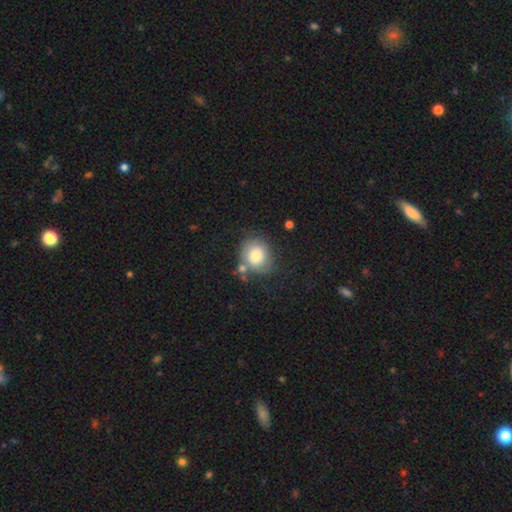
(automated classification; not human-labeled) The model was most divided on "merging": none: 56%, minor disturbance: 22%, merger: 12%, major disturbance: 11%. More confident: smooth or featured — smooth (76%); how rounded — round (72%).